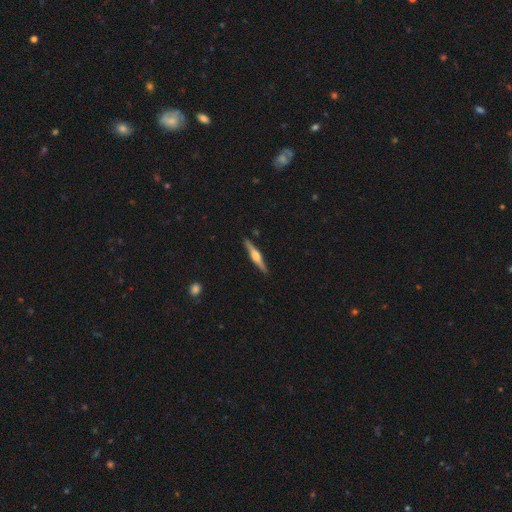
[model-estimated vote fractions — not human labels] smooth_or_featured: featured or disk (p=0.74) [alt: smooth p=0.21]
disk_edge_on: yes (p=0.98) [alt: no p=0.02]
edge_on_bulge: rounded (p=0.90) [alt: boxy p=0.07]
merging: none (p=0.91) [alt: minor disturbance p=0.06]